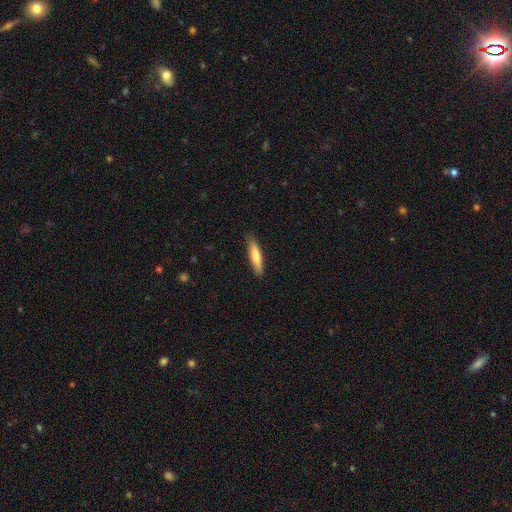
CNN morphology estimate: type=smooth (74%); roundness=cigar-shaped (81%); merging=none (87%).